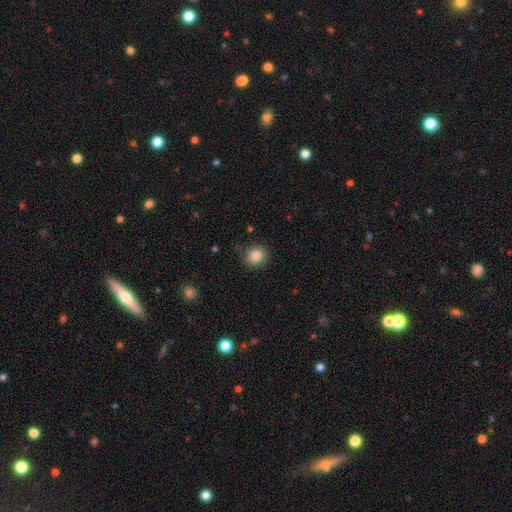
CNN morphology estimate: A smooth galaxy with no disk features (86%) that is round (84%).

Vote fractions:
- Smooth or featured? smooth: 86% / star or artifact: 10% / featured or disk: 4%
- How rounded? round: 84% / in between: 15% / cigar-shaped: 1%
- Merging? none: 86% / minor disturbance: 9% / major disturbance: 3% / merger: 1%